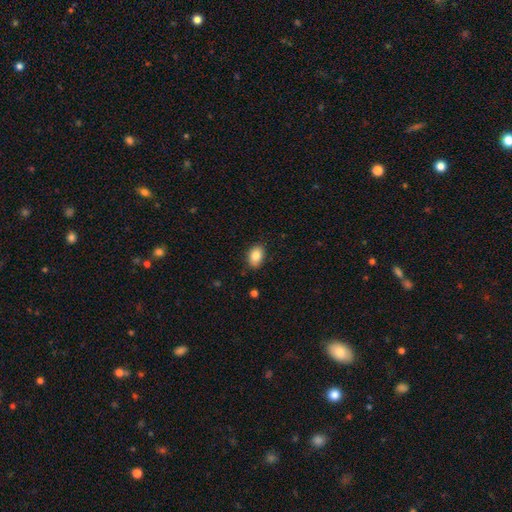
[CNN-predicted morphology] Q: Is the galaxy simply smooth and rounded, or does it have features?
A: smooth — 84%.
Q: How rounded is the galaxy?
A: in between — 83%.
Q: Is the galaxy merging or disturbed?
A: none — 86%.